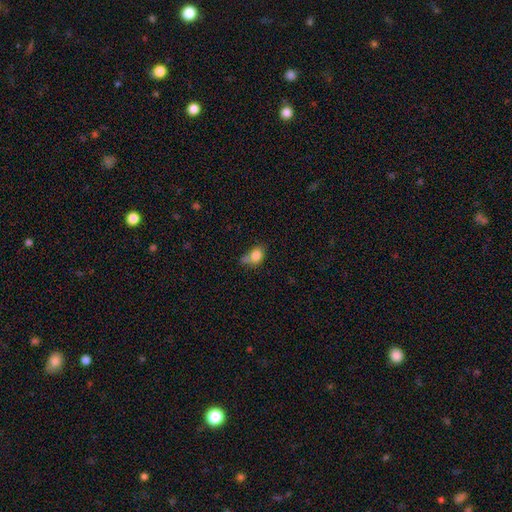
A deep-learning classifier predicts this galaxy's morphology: smooth_or_featured: smooth (p=0.83) [alt: star or artifact p=0.10]
how_rounded: in between (p=0.55) [alt: round p=0.44]
merging: none (p=0.42) [alt: merger p=0.25]